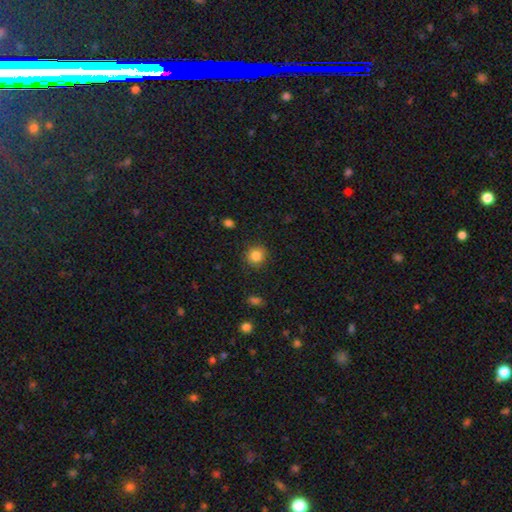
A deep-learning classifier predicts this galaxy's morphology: Smooth or featured: smooth — 84% (star or artifact — 10%)
How rounded: round — 89% (in between — 10%)
Merging: none — 88% (minor disturbance — 8%)